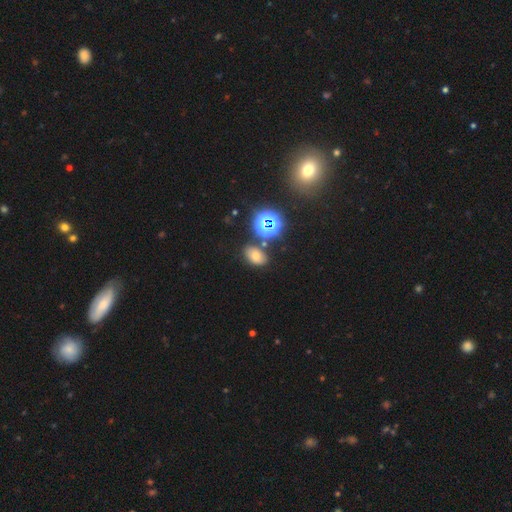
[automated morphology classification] A smooth galaxy with no disk features (58%) that is in between round and cigar-shaped (78%). Merging: none (78%).